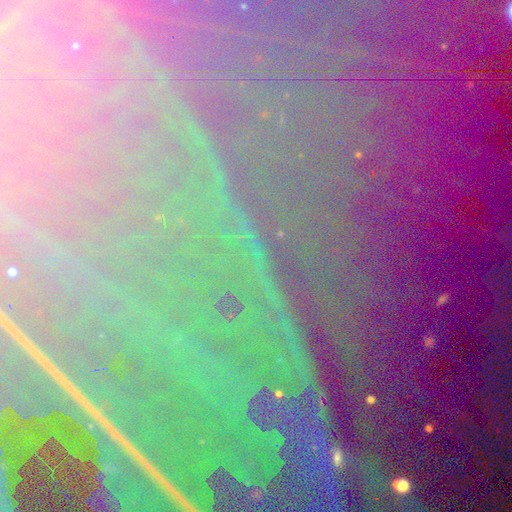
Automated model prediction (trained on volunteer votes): Morphology: type=star or artifact (87%).